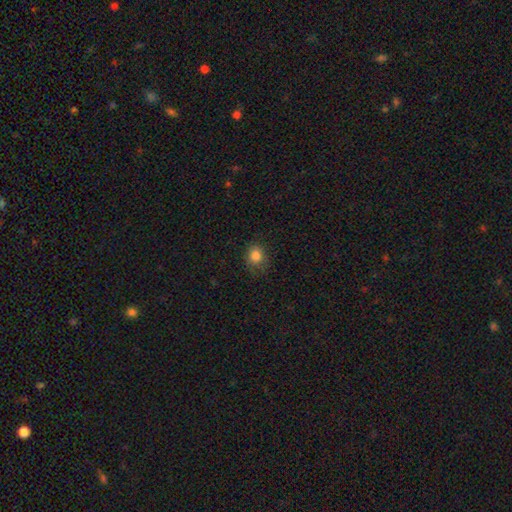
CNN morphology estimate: Smooth or featured?
  - smooth: 83% *
  - star or artifact: 12%
  - featured or disk: 5%
How rounded?
  - round: 74% *
  - in between: 25%
  - cigar-shaped: 1%
Merging?
  - none: 79% *
  - minor disturbance: 16%
  - major disturbance: 4%
  - merger: 1%